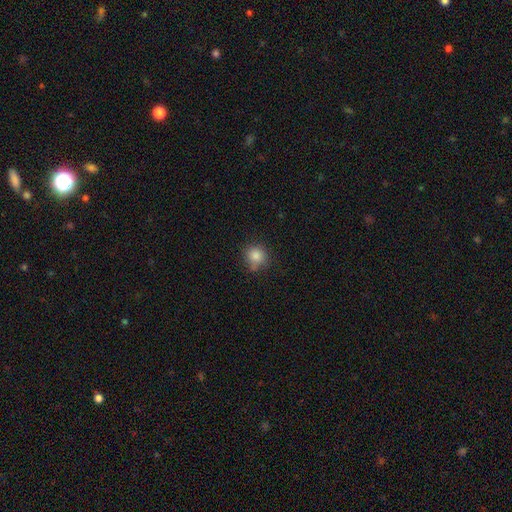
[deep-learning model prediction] smooth-or-featured: smooth: 84% | star or artifact: 11% | featured or disk: 5%
  how-rounded: round: 88% | in between: 11% | cigar-shaped: 1%
  merging: none: 71% | minor disturbance: 20% | major disturbance: 5% | merger: 5%